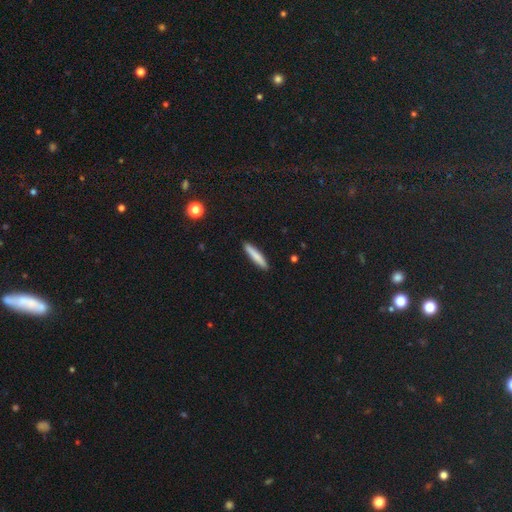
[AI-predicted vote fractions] Overall: smooth (79%). How rounded: cigar-shaped (92%). Merging: none (91%).